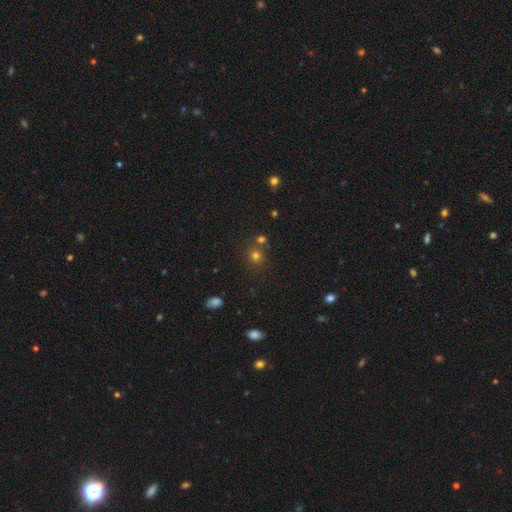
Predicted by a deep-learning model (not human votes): smooth 68%, star or artifact 24%, featured or disk 8%. Down the decision tree: how rounded — round (88%); merging — none (72%).